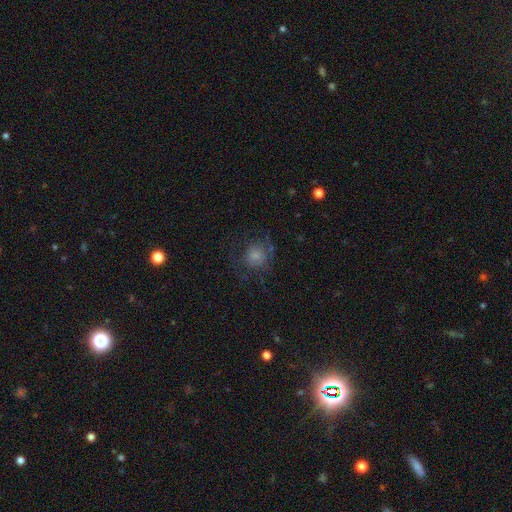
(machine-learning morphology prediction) Smooth or featured?
  - smooth: 66% *
  - featured or disk: 22%
  - star or artifact: 12%
How rounded?
  - round: 83% *
  - in between: 16%
  - cigar-shaped: 1%
Merging?
  - none: 57% *
  - major disturbance: 22%
  - minor disturbance: 19%
  - merger: 2%